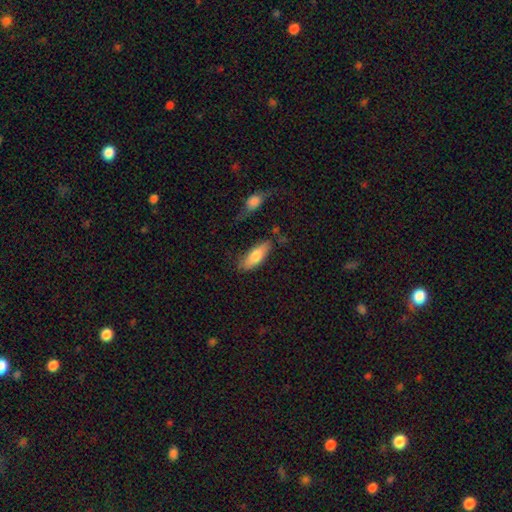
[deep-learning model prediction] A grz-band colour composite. It shows a smooth galaxy with no disk features (75%) that is in between round and cigar-shaped (69%). Merging: none (70%).